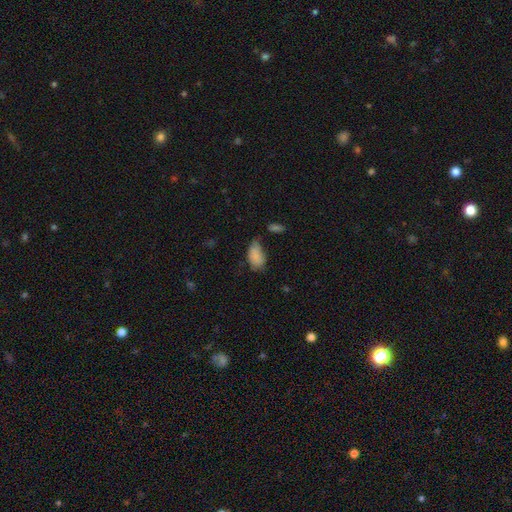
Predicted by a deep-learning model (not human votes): This is clearly a smooth galaxy (84%). How rounded: clearly in between (92%). Merging: marginally none (43%).